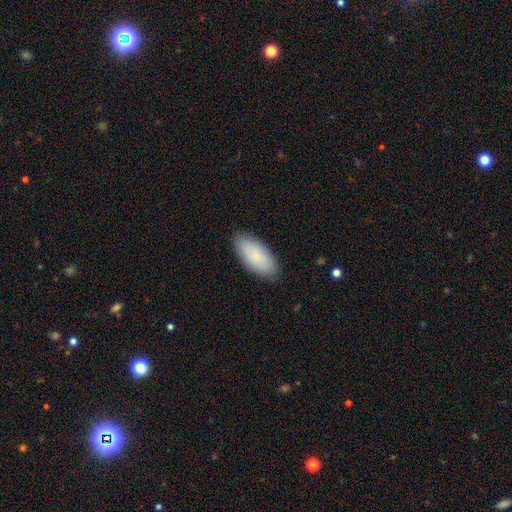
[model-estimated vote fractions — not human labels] This appears to be a smooth galaxy with no disk features (85%) that is in between round and cigar-shaped (91%). Merging: none (86%).